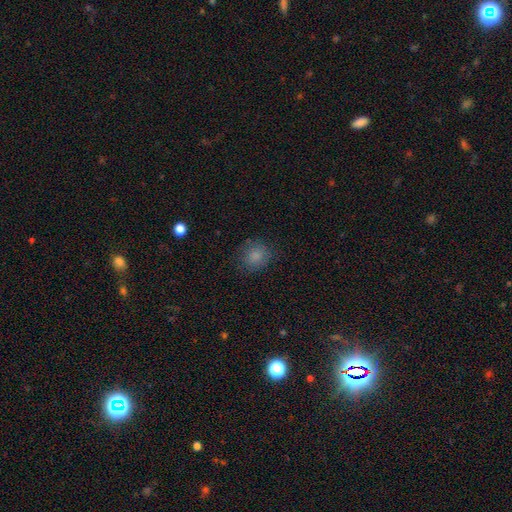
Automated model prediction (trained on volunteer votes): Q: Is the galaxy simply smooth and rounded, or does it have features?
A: smooth — 82%.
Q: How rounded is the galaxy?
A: round — 73%.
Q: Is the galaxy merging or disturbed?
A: none — 80%.